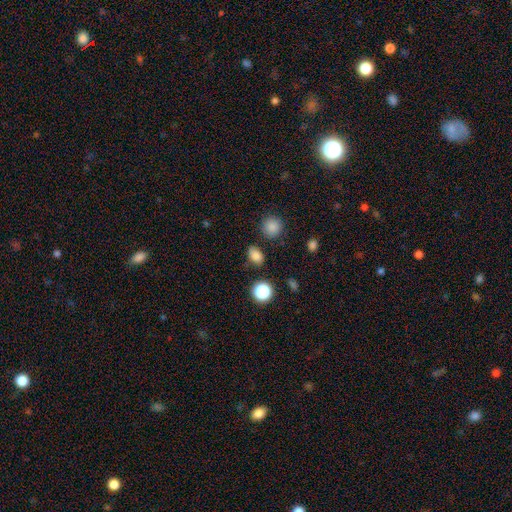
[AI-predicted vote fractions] This appears to be a smooth galaxy with no disk features (79%) that is in between round and cigar-shaped (66%). Merging: none (79%).